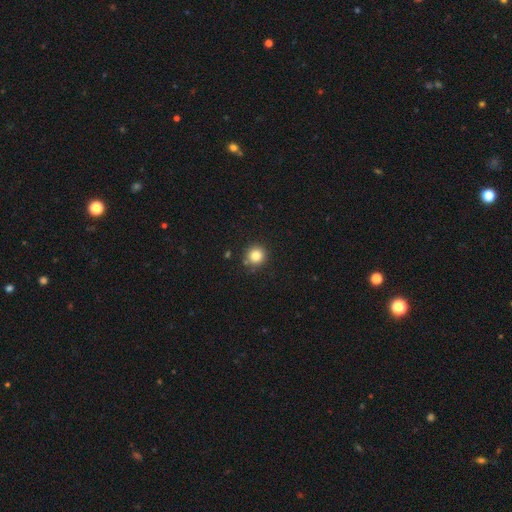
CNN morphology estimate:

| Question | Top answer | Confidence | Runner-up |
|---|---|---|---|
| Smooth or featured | smooth | 83% | star or artifact (11%) |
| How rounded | round | 94% | in between (5%) |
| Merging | none | 87% | minor disturbance (8%) |